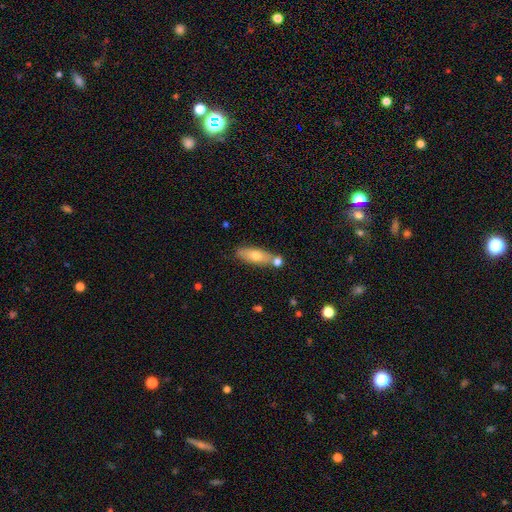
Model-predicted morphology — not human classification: Smooth or featured?
  - smooth: 66% *
  - featured or disk: 27%
  - star or artifact: 7%
How rounded?
  - in between: 51% *
  - cigar-shaped: 46%
  - round: 3%
Merging?
  - none: 68% *
  - merger: 17%
  - minor disturbance: 13%
  - major disturbance: 3%